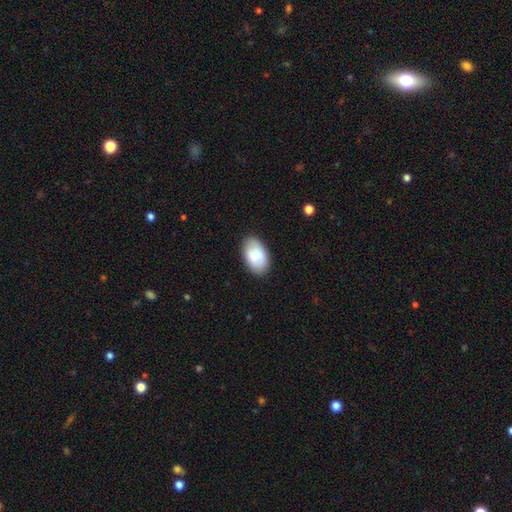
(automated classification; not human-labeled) This is likely a smooth galaxy (79%). How rounded: clearly in between (94%). Merging: clearly none (84%).